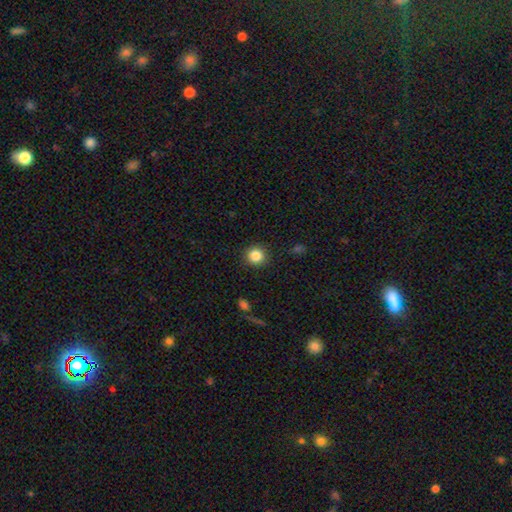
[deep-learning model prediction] The model was most divided on "smooth or featured": smooth: 85%, star or artifact: 10%, featured or disk: 5%. More confident: how rounded — round (92%); merging — none (91%).